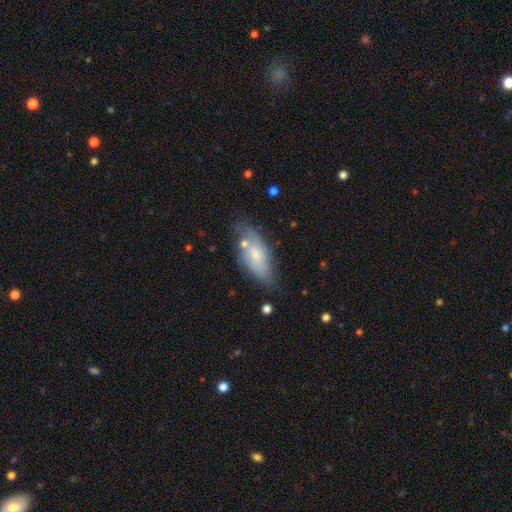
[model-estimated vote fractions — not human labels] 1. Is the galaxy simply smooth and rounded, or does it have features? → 57% smooth, 36% featured or disk, 7% star or artifact.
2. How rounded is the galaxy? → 80% in between, 17% cigar-shaped, 3% round.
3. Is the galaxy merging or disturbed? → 59% none, 26% minor disturbance, 8% merger, 8% major disturbance.